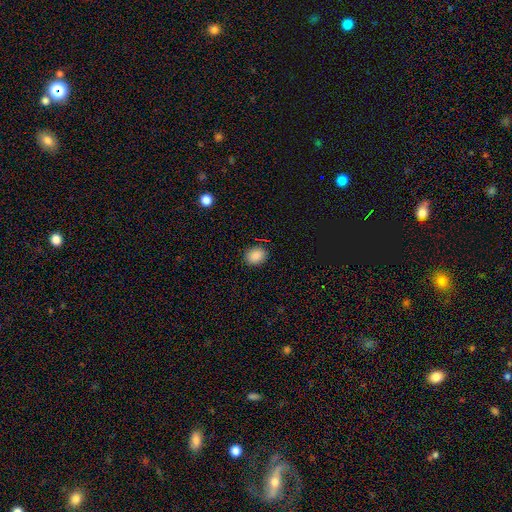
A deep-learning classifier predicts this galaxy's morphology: This is clearly a smooth galaxy (88%). How rounded: possibly round (53%). Merging: clearly none (87%).